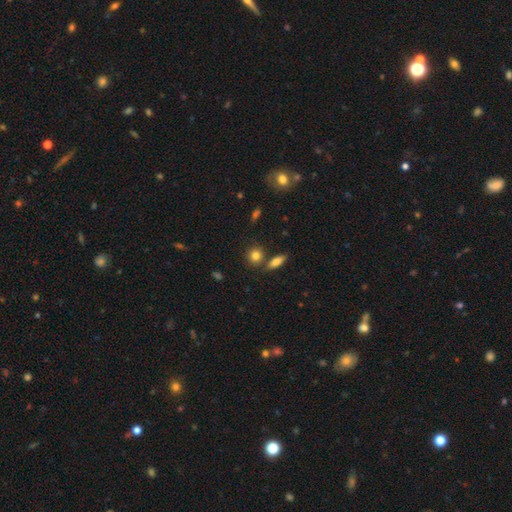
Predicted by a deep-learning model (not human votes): This is clearly a smooth galaxy (82%). How rounded: likely round (74%). Merging: likely none (71%).